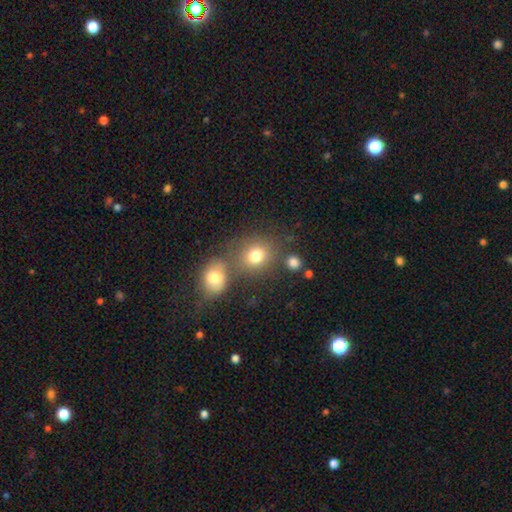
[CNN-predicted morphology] A smooth galaxy with no disk features (79%) that is round (72%).

Vote fractions:
- Smooth or featured? smooth: 79% / star or artifact: 12% / featured or disk: 9%
- How rounded? round: 72% / in between: 27% / cigar-shaped: 1%
- Merging? none: 58% / merger: 28% / minor disturbance: 10% / major disturbance: 5%